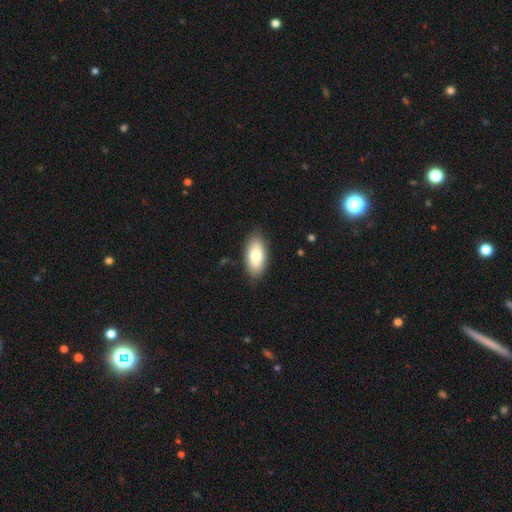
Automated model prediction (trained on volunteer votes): Smooth or featured? Predicted: smooth (p=0.79). How rounded? Predicted: in between (p=0.90). Merging? Predicted: none (p=0.86).